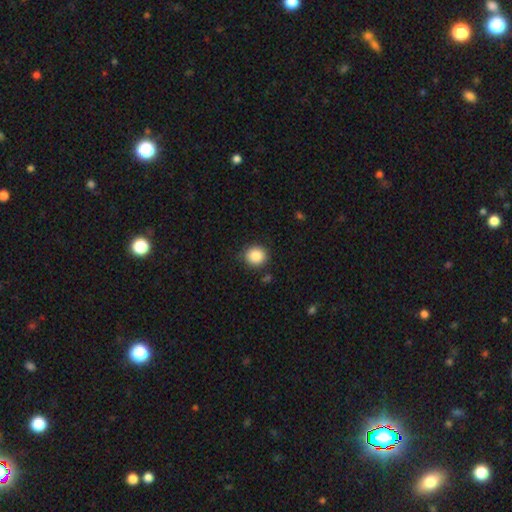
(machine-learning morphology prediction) This is clearly a smooth galaxy (87%). How rounded: clearly round (88%). Merging: clearly none (85%).